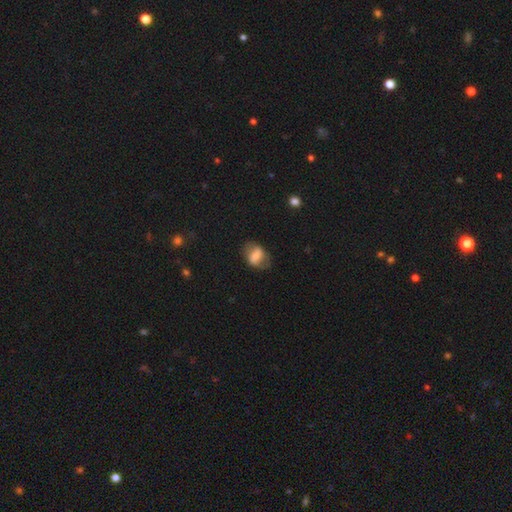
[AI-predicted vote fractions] A smooth galaxy with no disk features (56%) that is in between round and cigar-shaped (77%). Merging: none (66%).